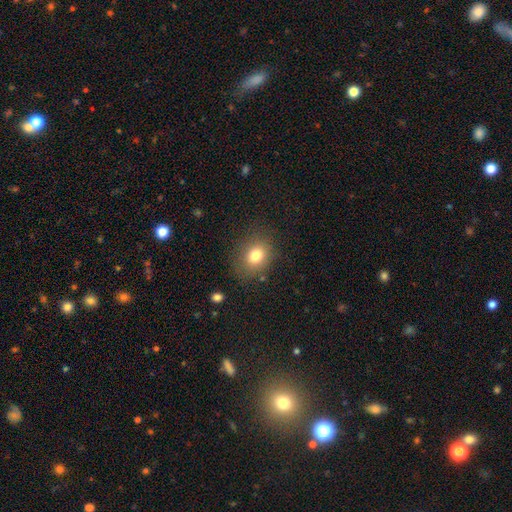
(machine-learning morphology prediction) Smooth or featured? Predicted: smooth (p=0.79). How rounded? Predicted: round (p=0.50). Merging? Predicted: none (p=0.80).